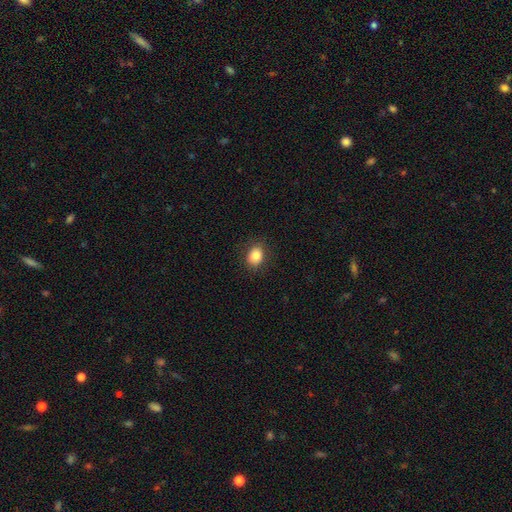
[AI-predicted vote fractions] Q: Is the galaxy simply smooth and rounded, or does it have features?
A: smooth — 84%.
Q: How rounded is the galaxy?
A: in between — 58%.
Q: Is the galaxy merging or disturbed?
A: none — 87%.